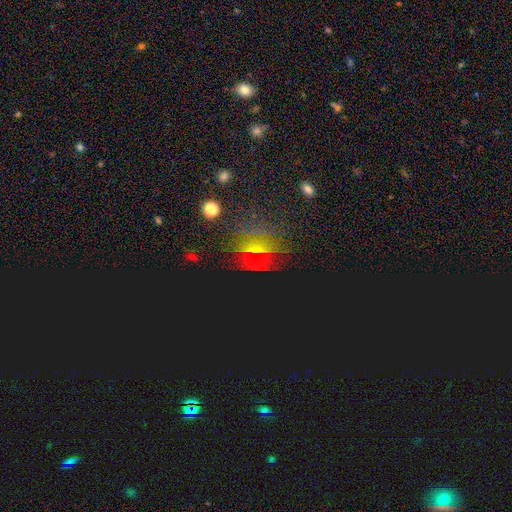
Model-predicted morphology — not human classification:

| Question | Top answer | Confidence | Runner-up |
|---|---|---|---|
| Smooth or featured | star or artifact | 66% | smooth (20%) |